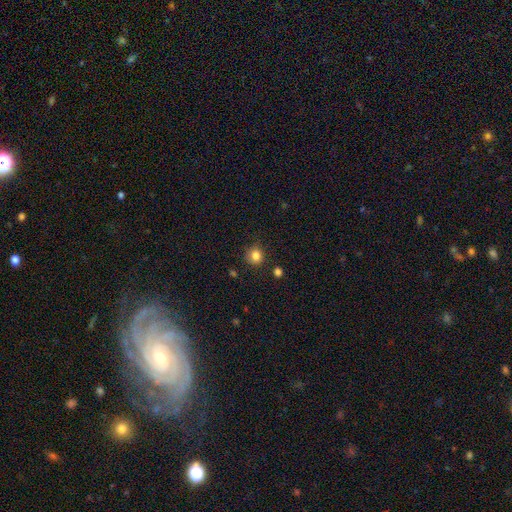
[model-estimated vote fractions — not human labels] This appears to be a smooth galaxy with no disk features (83%) that is round (85%). Merging: none (81%).